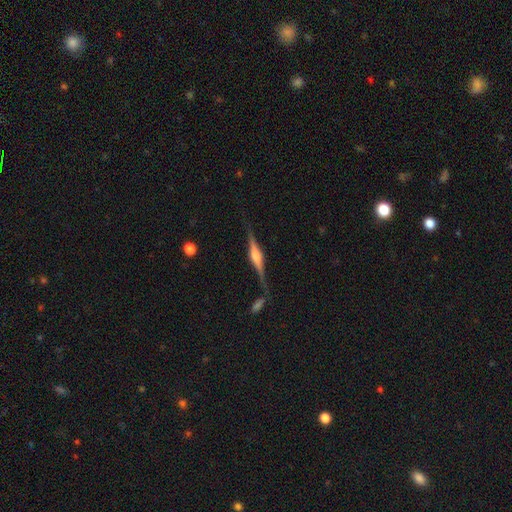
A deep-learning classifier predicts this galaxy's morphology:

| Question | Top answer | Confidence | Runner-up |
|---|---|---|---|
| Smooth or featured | featured or disk | 81% | smooth (13%) |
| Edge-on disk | yes | 98% | no (2%) |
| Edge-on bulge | rounded | 82% | boxy (15%) |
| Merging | none | 80% | minor disturbance (12%) |